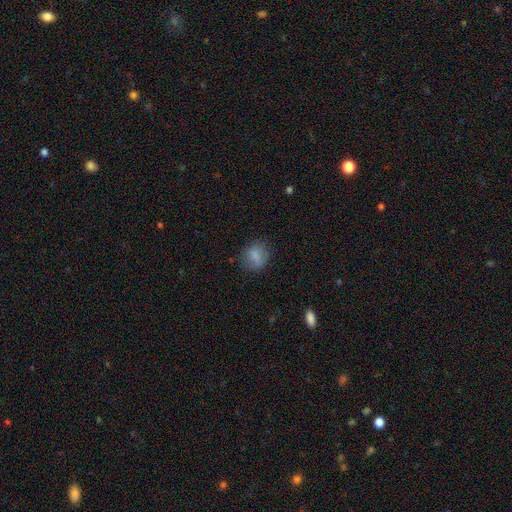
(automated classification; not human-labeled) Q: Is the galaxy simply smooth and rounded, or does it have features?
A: smooth — 82%.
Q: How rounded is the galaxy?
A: round — 64%.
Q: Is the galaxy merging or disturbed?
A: none — 75%.